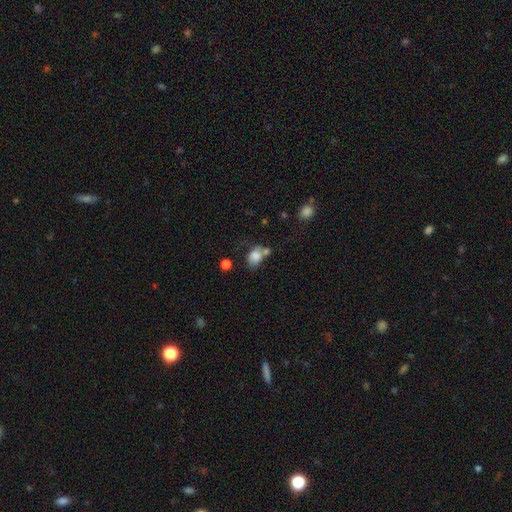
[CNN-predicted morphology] type=smooth (80%); roundness=in between (61%); merging=none (39%).